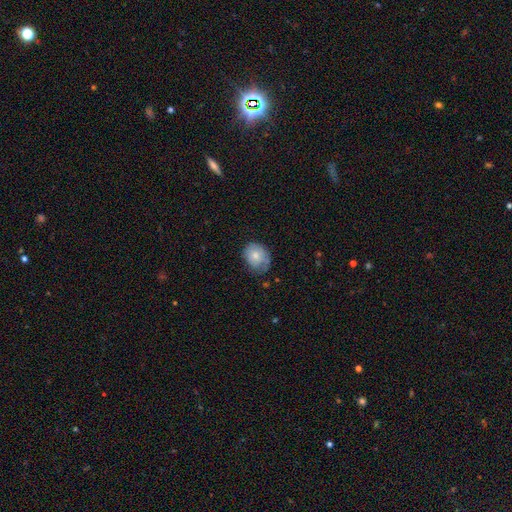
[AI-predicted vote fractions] smooth-or-featured: smooth: 73% | featured or disk: 20% | star or artifact: 7%
  how-rounded: round: 54% | in between: 45% | cigar-shaped: 1%
  merging: none: 52% | minor disturbance: 35% | major disturbance: 11% | merger: 2%